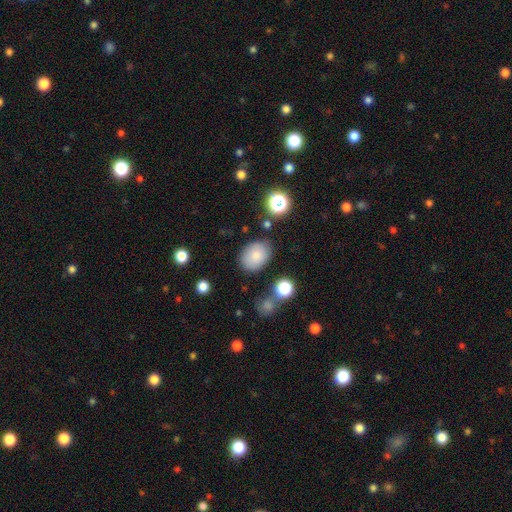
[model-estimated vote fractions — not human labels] Smooth or featured? Predicted: smooth (p=0.81). How rounded? Predicted: in between (p=0.68). Merging? Predicted: none (p=0.79).